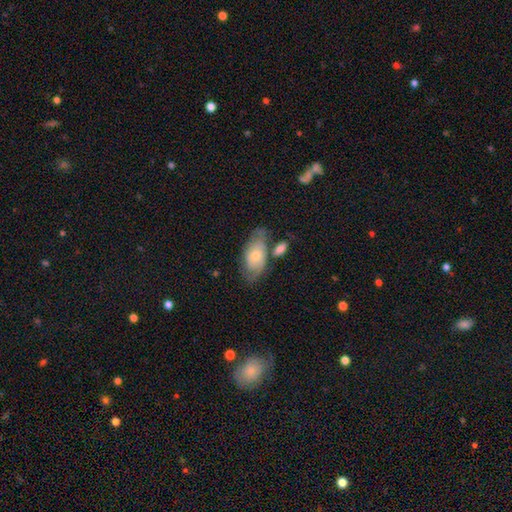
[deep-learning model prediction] A smooth galaxy with no disk features (49%). Merging: none (50%).